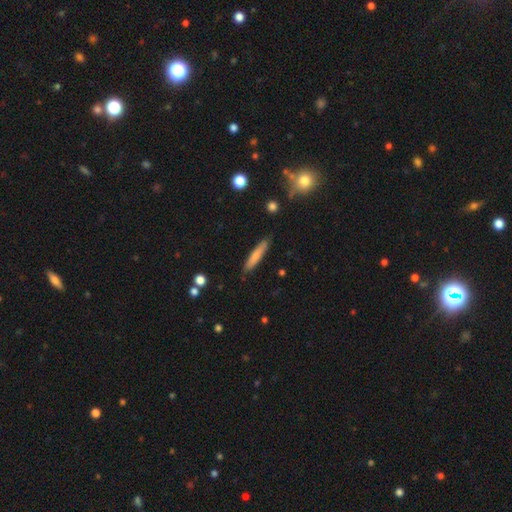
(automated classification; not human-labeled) This is likely a smooth galaxy (73%). How rounded: clearly cigar-shaped (90%). Merging: clearly none (86%).